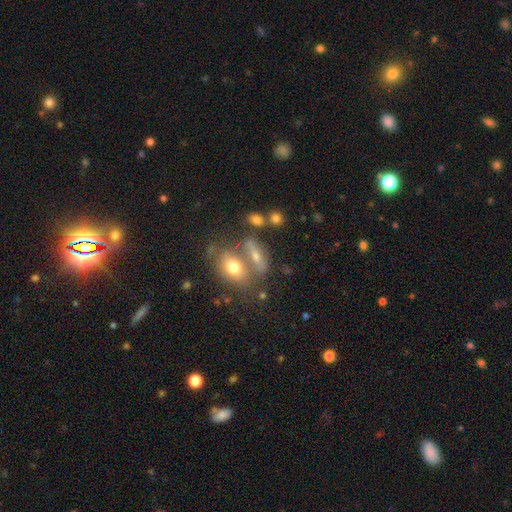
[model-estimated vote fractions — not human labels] Smooth or featured? smooth (59%)
How rounded? in between (67%)
Merging? none (47%)